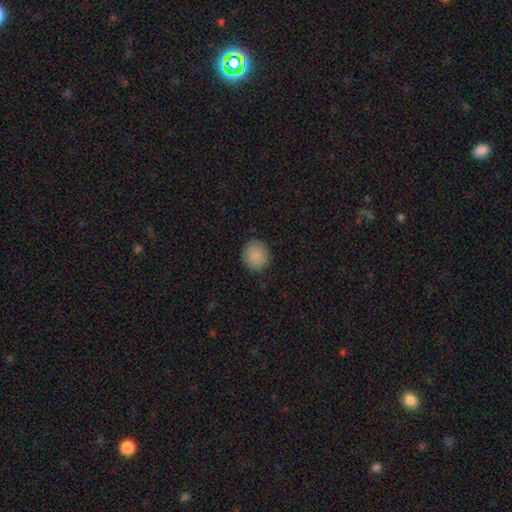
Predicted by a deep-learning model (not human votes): Smooth or featured: smooth — 87% (star or artifact — 7%)
How rounded: round — 85% (in between — 14%)
Merging: none — 87% (minor disturbance — 10%)